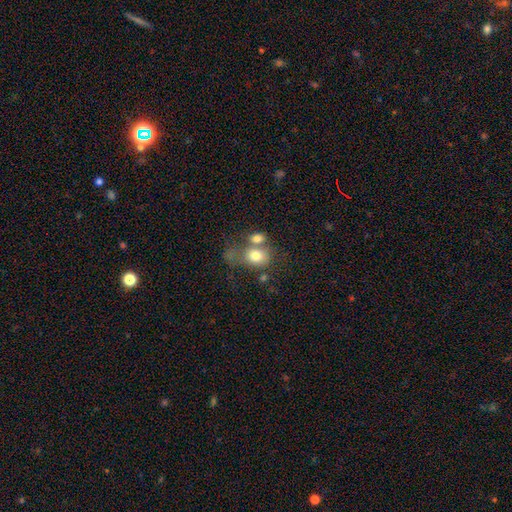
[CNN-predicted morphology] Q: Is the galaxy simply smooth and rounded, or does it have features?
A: smooth — 75%.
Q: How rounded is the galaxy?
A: in between — 55%.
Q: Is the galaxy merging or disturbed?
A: merger — 49%.